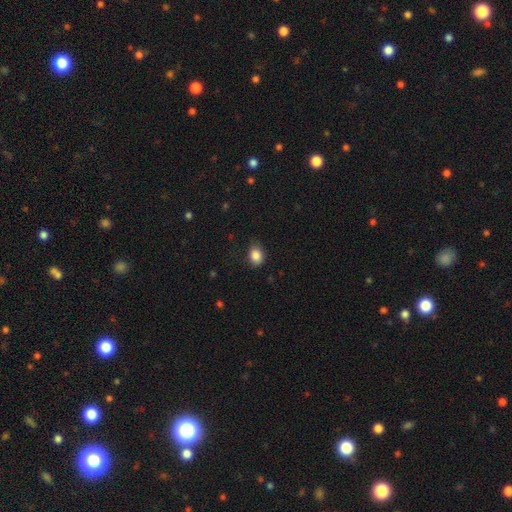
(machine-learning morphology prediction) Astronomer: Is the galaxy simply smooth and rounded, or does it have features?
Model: smooth — 86%.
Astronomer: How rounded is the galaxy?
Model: in between — 63%.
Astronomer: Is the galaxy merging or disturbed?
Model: none — 78%.